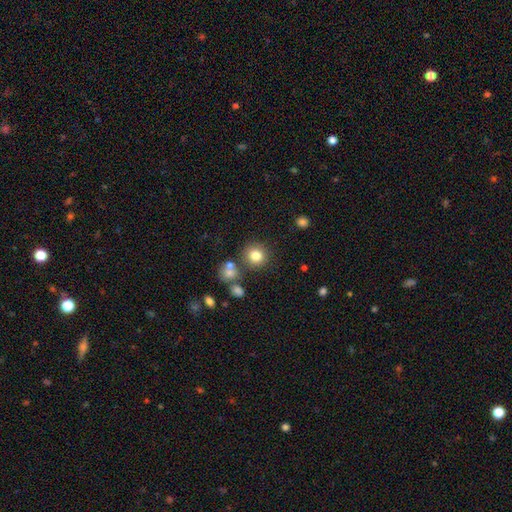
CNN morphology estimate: smooth-or-featured: smooth: 80% | star or artifact: 12% | featured or disk: 8%
  how-rounded: round: 90% | in between: 9% | cigar-shaped: 1%
  merging: none: 80% | minor disturbance: 9% | merger: 8% | major disturbance: 3%